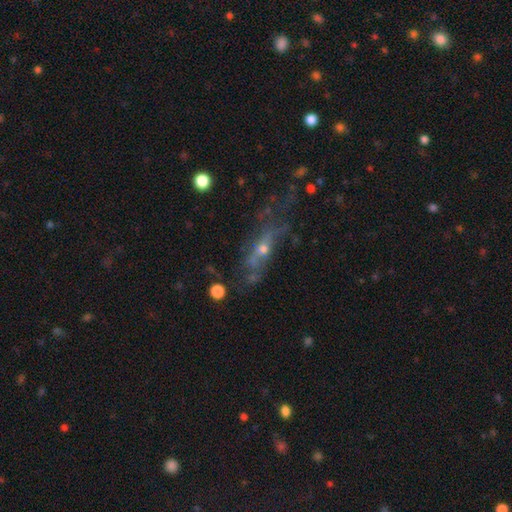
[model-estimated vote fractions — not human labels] Smooth or featured: featured or disk — 59% (smooth — 23%)
Edge-on disk: no — 64% (yes — 36%)
Merging: none — 42% (major disturbance — 29%)